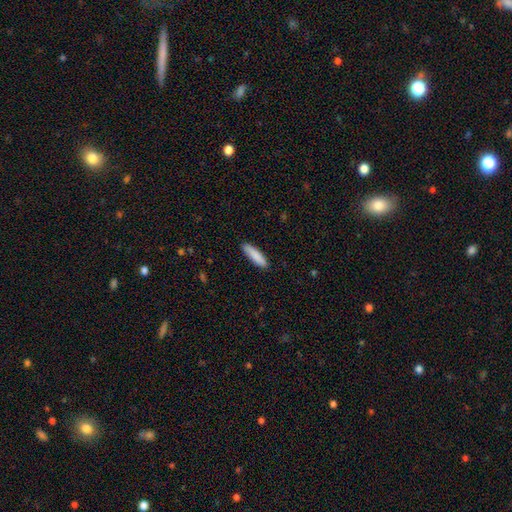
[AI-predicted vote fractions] Smooth or featured? smooth (87%)
How rounded? cigar-shaped (73%)
Merging? none (89%)